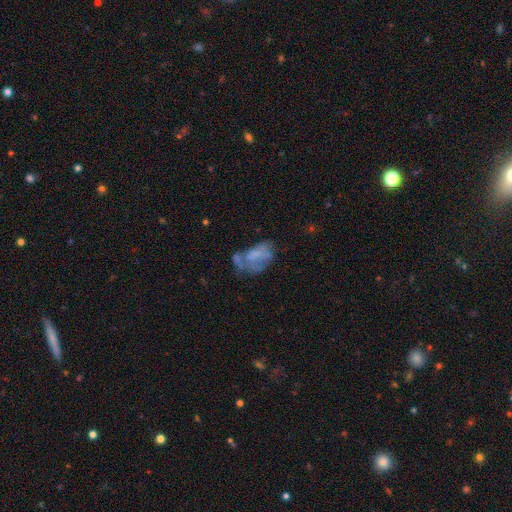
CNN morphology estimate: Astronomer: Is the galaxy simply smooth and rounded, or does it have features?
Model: featured or disk — 47% (runner-up: smooth, 42%).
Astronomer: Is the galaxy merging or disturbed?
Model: major disturbance — 29% (runner-up: none, 27%).